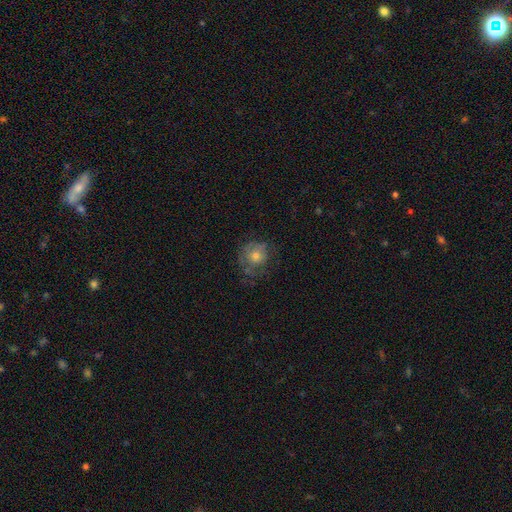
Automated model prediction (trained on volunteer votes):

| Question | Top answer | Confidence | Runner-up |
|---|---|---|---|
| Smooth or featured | smooth | 55% | featured or disk (32%) |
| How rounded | round | 80% | in between (19%) |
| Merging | none | 57% | minor disturbance (23%) |